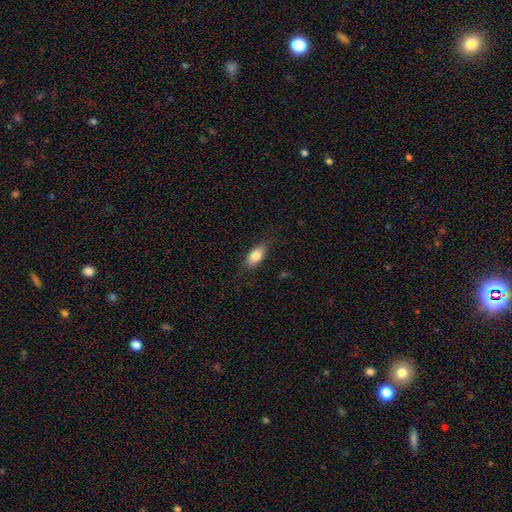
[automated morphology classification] smooth 80%, featured or disk 13%, star or artifact 7%. Down the decision tree: how rounded — in between (85%); merging — none (83%).